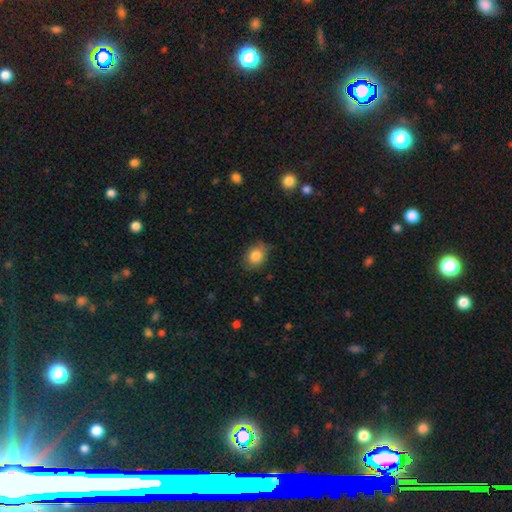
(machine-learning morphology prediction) This is clearly a smooth galaxy (84%). How rounded: possibly round (52%). Merging: likely none (73%).